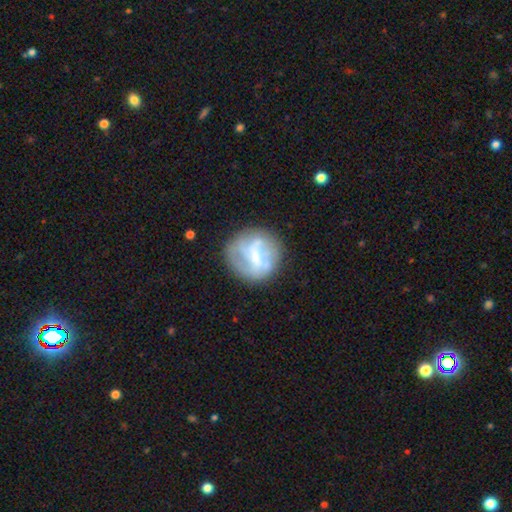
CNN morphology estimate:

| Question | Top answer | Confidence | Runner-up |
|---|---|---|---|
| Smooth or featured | featured or disk | 57% | smooth (35%) |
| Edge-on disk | no | 97% | yes (3%) |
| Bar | weak | 41% | no (30%) |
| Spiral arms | yes | 50% | tied: no (50%) |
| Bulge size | small | 36% | none (29%) |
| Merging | none | 68% | minor disturbance (17%) |